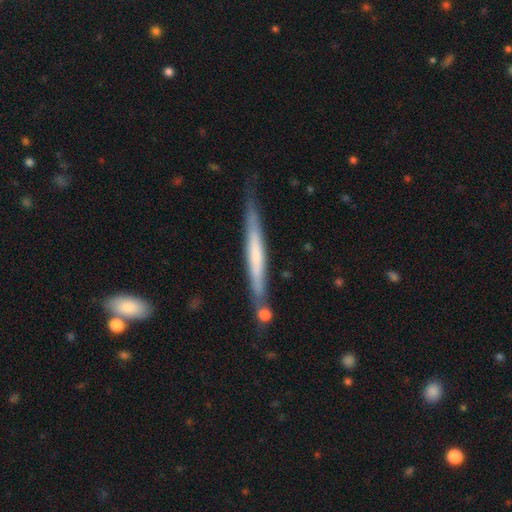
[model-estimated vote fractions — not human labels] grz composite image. It shows a featured or disk galaxy (52%) viewed edge-on (94%). Merging: none (74%).